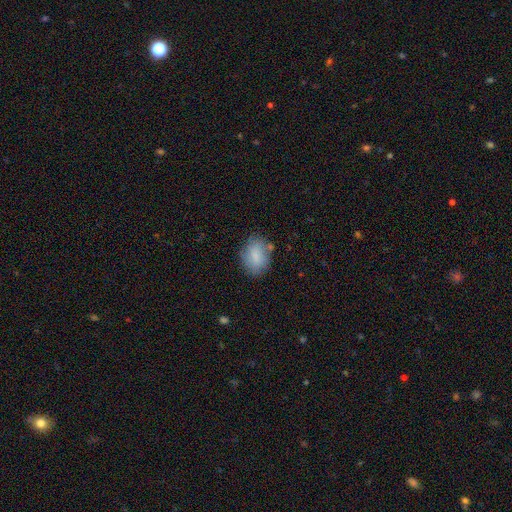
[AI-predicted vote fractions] Smooth or featured? smooth (83%)
How rounded? in between (75%)
Merging? none (73%)